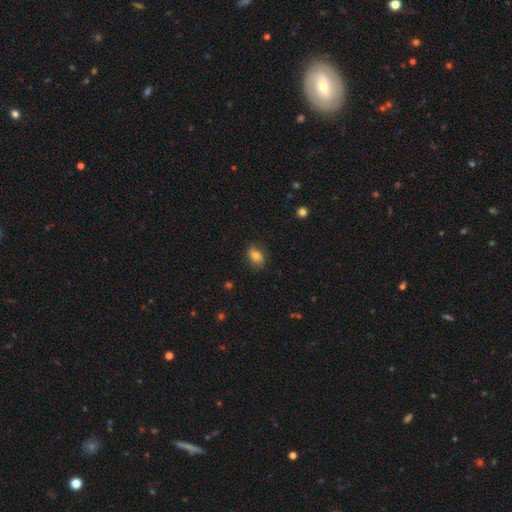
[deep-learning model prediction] A smooth galaxy with no disk features (74%) that is in between round and cigar-shaped (82%).

Vote fractions:
- Smooth or featured? smooth: 74% / featured or disk: 17% / star or artifact: 9%
- How rounded? in between: 82% / round: 15% / cigar-shaped: 2%
- Merging? none: 76% / minor disturbance: 18% / major disturbance: 5% / merger: 1%